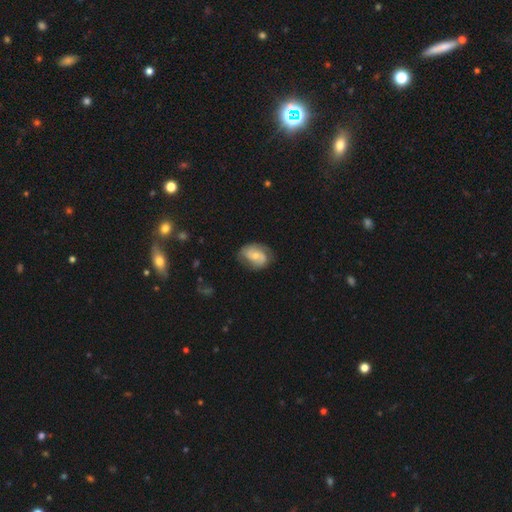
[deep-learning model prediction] Morphology: type=featured or disk (58%); edge-on=no (97%); bar=no (63%); spiral arms=yes (83%); bulge=small (50%); merging=none (65%).